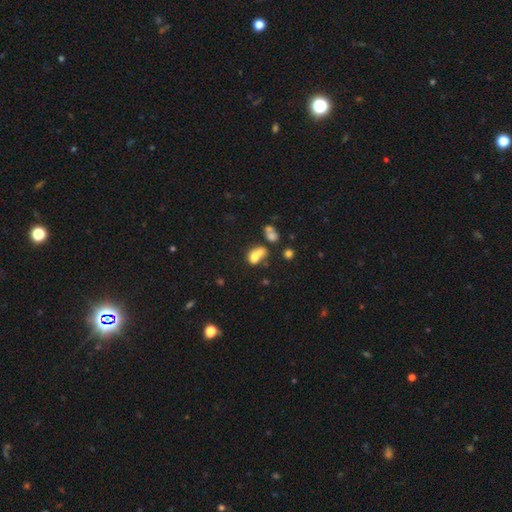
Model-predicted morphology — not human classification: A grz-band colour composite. It shows a smooth galaxy with no disk features (68%) that is in between round and cigar-shaped (70%). Merging: merger (54%).